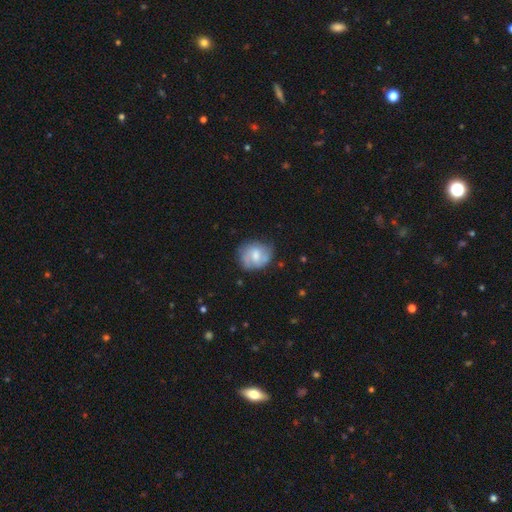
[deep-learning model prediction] Smooth or featured: featured or disk — 49% (smooth — 44%)
Merging: none — 62% (minor disturbance — 26%)